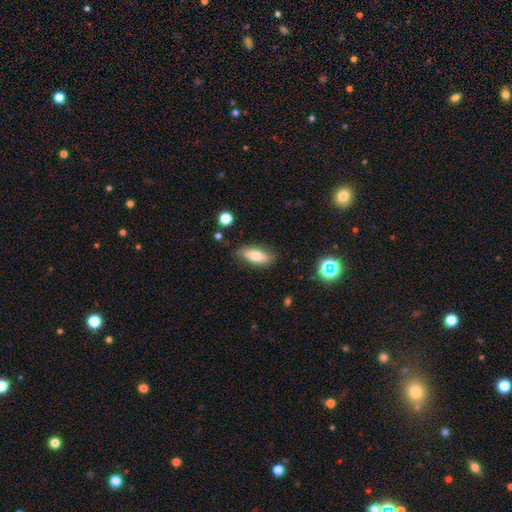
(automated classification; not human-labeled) Morphology: type=smooth (74%); roundness=in between (80%); merging=none (82%).